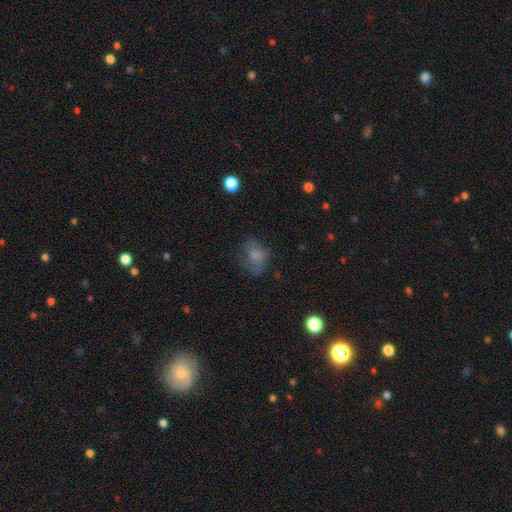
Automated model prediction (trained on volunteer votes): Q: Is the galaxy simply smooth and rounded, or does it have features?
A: smooth — 68%.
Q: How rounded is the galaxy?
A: in between — 63%.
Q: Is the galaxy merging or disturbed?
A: none — 50%.